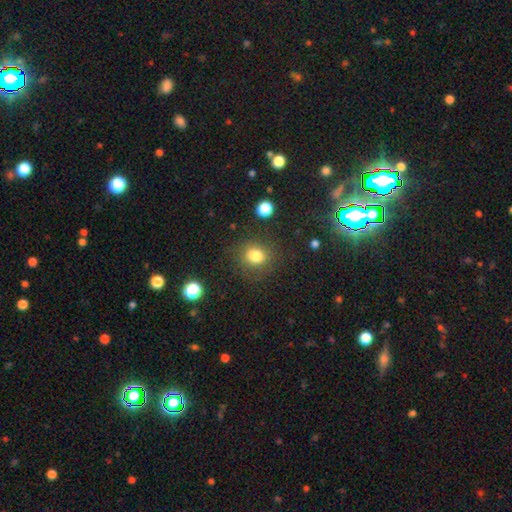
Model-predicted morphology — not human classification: smooth-or-featured: smooth: 81% | star or artifact: 13% | featured or disk: 6%
  how-rounded: round: 79% | in between: 20% | cigar-shaped: 1%
  merging: none: 81% | minor disturbance: 11% | major disturbance: 5% | merger: 2%